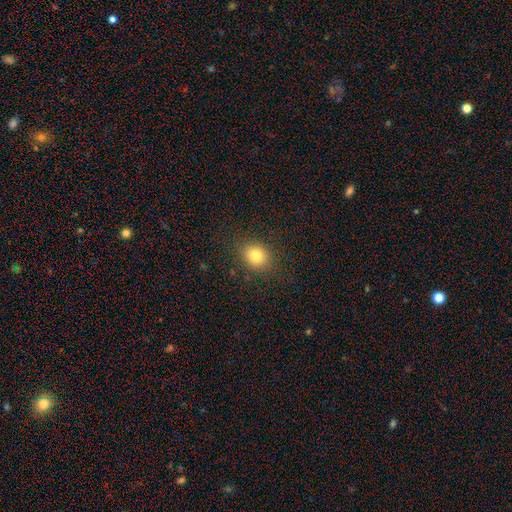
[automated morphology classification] smooth 80%, star or artifact 12%, featured or disk 8%. Down the decision tree: how rounded — round (64%); merging — none (87%).